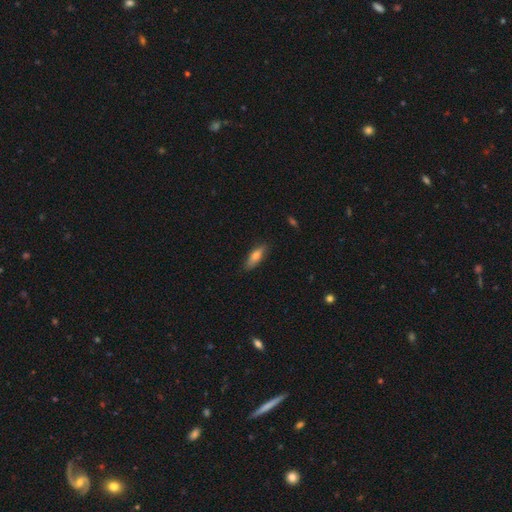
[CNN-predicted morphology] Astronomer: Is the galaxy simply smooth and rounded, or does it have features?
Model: smooth — 76%.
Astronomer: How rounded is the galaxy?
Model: in between — 57% (runner-up: cigar-shaped, 40%).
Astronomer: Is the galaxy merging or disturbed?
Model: none — 82%.